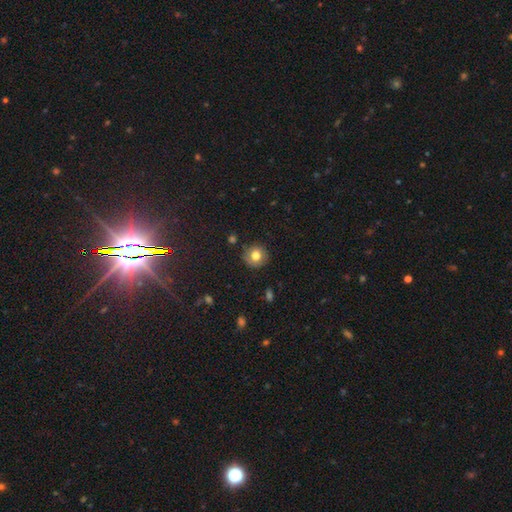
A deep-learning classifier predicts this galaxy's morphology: type=smooth (78%); roundness=round (91%); merging=none (86%).